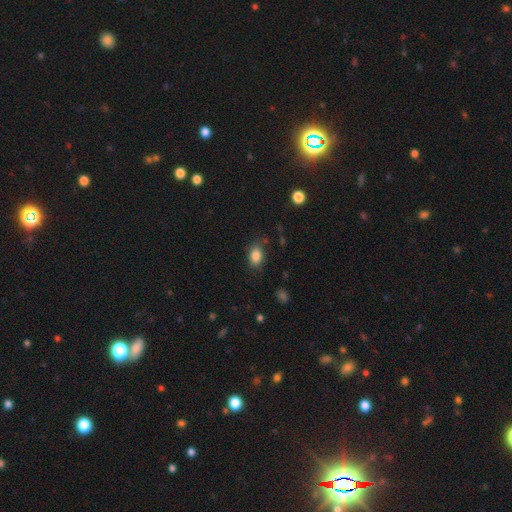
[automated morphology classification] This is clearly a smooth galaxy (85%). How rounded: clearly in between (82%). Merging: likely none (78%).